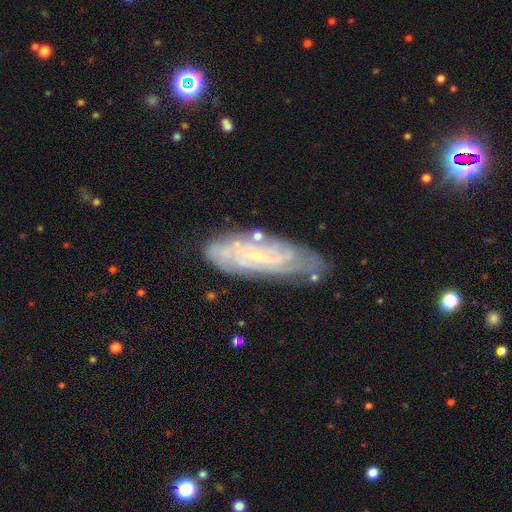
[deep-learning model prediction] featured or disk 75%, smooth 17%, star or artifact 8%. Down the decision tree: edge-on disk — no (86%); bar — no (59%); spiral arms — yes (88%); spiral arm count — can't tell (55%); spiral winding — tight (65%); bulge size — small (79%); merging — none (72%).